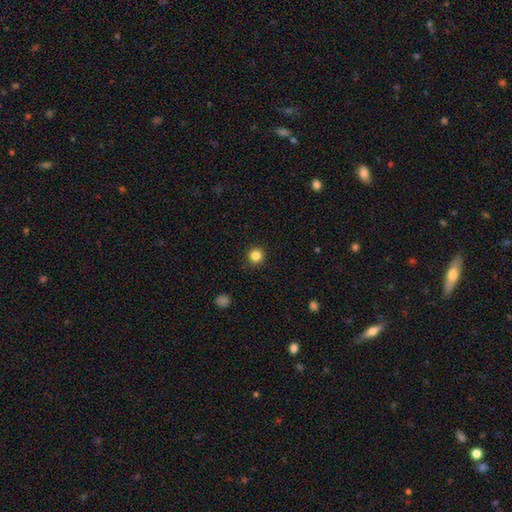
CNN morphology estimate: smooth_or_featured: smooth (p=0.84) [alt: star or artifact p=0.12]
how_rounded: round (p=0.95) [alt: in between p=0.04]
merging: none (p=0.92) [alt: minor disturbance p=0.05]